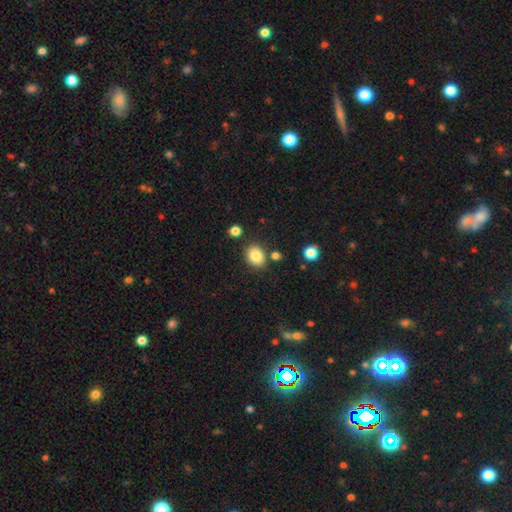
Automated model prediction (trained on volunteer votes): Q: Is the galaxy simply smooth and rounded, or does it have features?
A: smooth — 84%.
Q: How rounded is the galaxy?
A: in between — 50%.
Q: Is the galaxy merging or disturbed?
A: none — 79%.